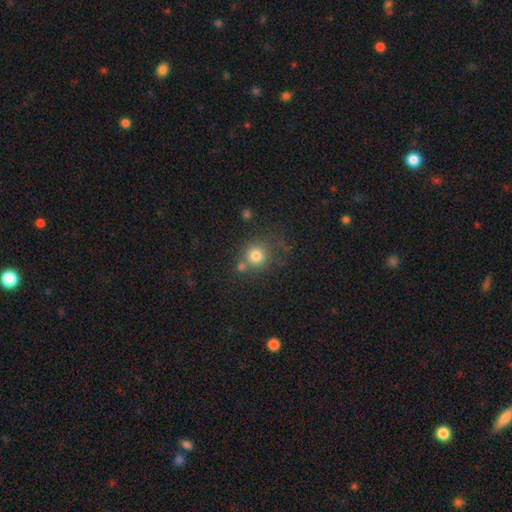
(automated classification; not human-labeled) A smooth galaxy with no disk features (78%) that is round (89%). Merging: none (62%).